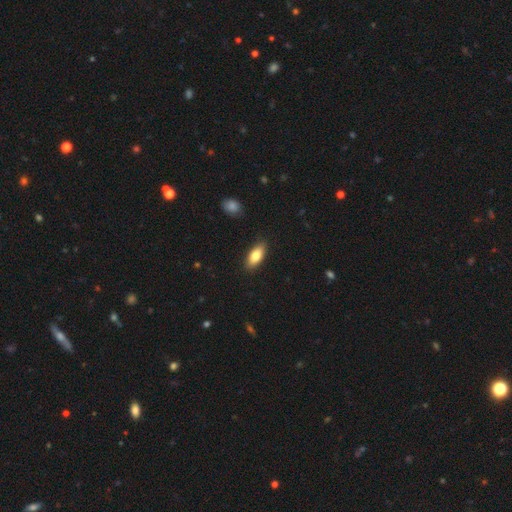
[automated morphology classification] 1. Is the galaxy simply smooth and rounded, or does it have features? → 81% smooth, 12% featured or disk, 6% star or artifact.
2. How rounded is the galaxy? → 84% in between, 14% cigar-shaped, 3% round.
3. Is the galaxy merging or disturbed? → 87% none, 10% minor disturbance, 2% major disturbance, 1% merger.